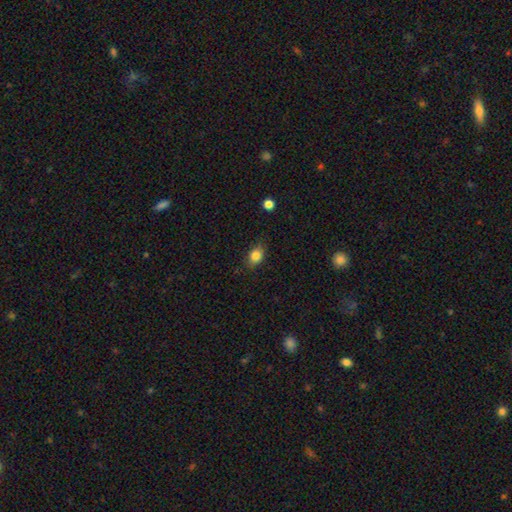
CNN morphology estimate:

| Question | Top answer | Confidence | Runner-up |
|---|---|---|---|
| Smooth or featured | smooth | 83% | star or artifact (10%) |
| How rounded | in between | 69% | round (29%) |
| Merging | none | 81% | minor disturbance (15%) |